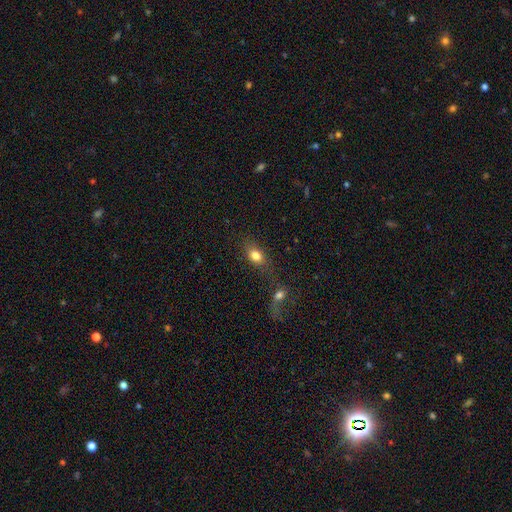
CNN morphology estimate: Smooth or featured? Predicted: smooth (p=0.79). How rounded? Predicted: in between (p=0.73). Merging? Predicted: none (p=0.58).